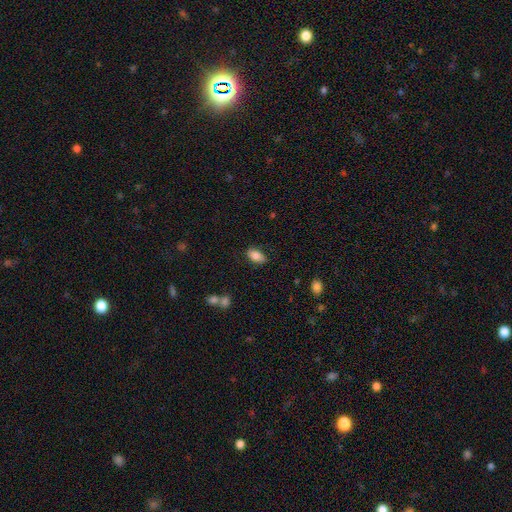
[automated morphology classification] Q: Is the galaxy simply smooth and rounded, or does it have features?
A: smooth — 81%.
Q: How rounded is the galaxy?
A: in between — 92%.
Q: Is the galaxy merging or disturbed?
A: none — 82%.